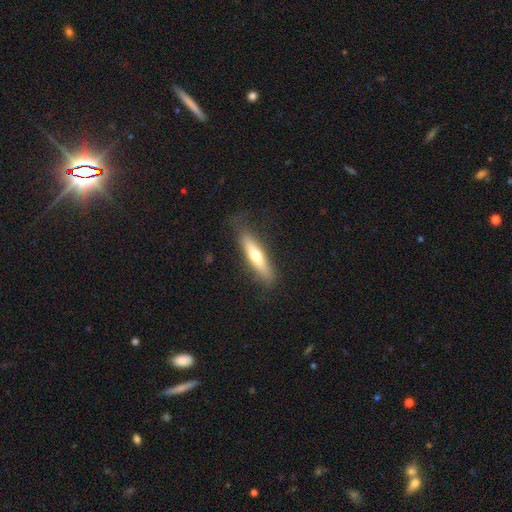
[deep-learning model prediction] Smooth or featured: smooth — 55% (featured or disk — 39%)
How rounded: cigar-shaped — 80% (in between — 19%)
Merging: none — 81% (minor disturbance — 14%)